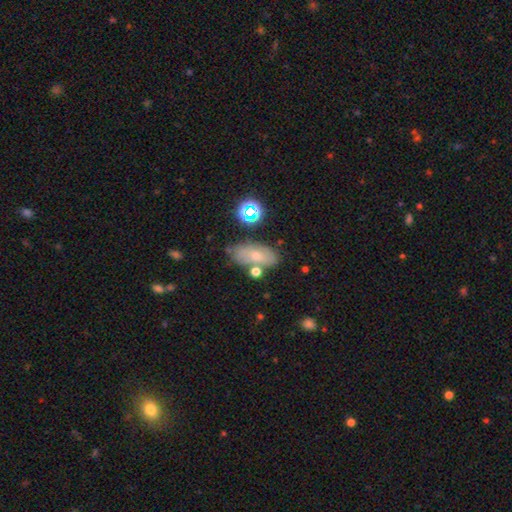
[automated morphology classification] A smooth galaxy with no disk features (61%) that is in between round and cigar-shaped (84%).

Vote fractions:
- Smooth or featured? smooth: 61% / featured or disk: 27% / star or artifact: 13%
- How rounded? in between: 84% / round: 8% / cigar-shaped: 8%
- Merging? none: 67% / minor disturbance: 17% / merger: 11% / major disturbance: 5%